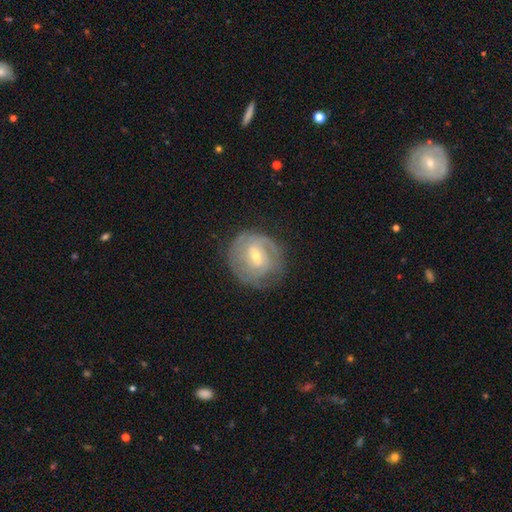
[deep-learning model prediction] featured or disk 74%, smooth 20%, star or artifact 6%. Down the decision tree: edge-on disk — no (97%); bar — weak (50%); spiral arms — yes (83%); spiral arm count — 2 (39%); spiral winding — tight (59%); bulge size — small (60%); merging — none (73%).